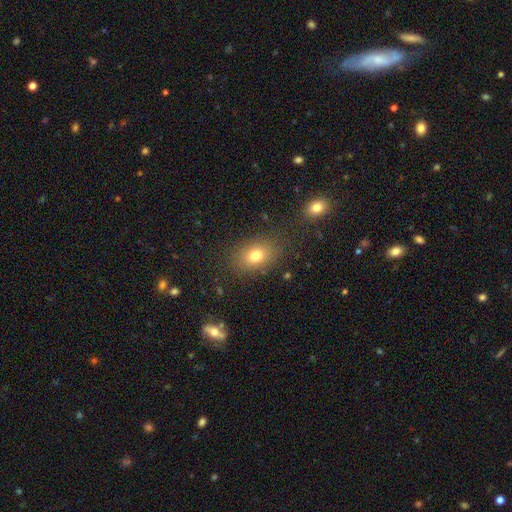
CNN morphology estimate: smooth_or_featured: smooth (p=0.77) [alt: star or artifact p=0.13]
how_rounded: in between (p=0.72) [alt: round p=0.27]
merging: none (p=0.83) [alt: minor disturbance p=0.11]